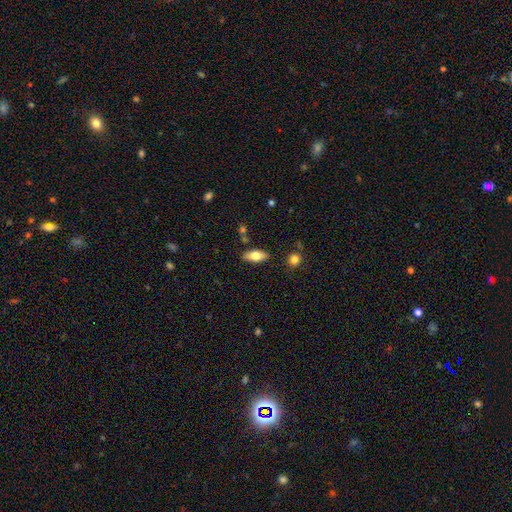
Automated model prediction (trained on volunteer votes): Morphology: type=smooth (69%); roundness=in between (83%); merging=none (84%).